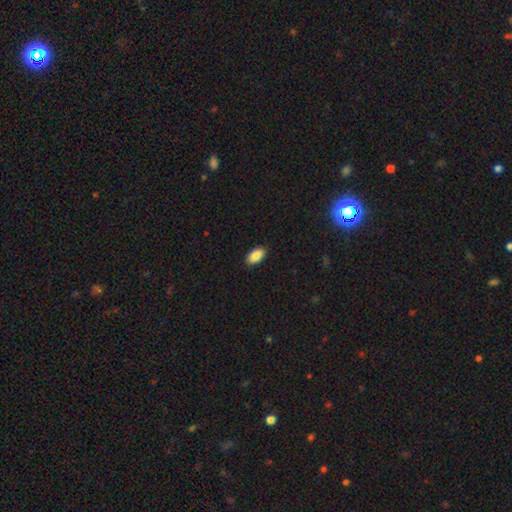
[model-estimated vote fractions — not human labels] Overall: smooth (89%). How rounded: in between (94%). Merging: none (89%).